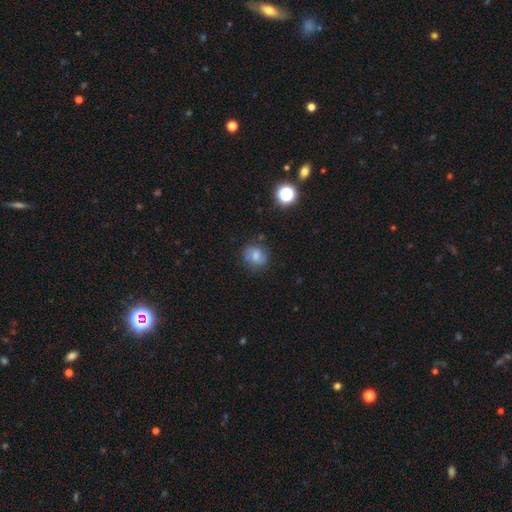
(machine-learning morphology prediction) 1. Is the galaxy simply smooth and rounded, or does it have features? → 65% smooth, 23% featured or disk, 13% star or artifact.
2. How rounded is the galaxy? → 66% round, 33% in between, 1% cigar-shaped.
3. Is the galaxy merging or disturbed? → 73% none, 18% minor disturbance, 5% major disturbance, 3% merger.